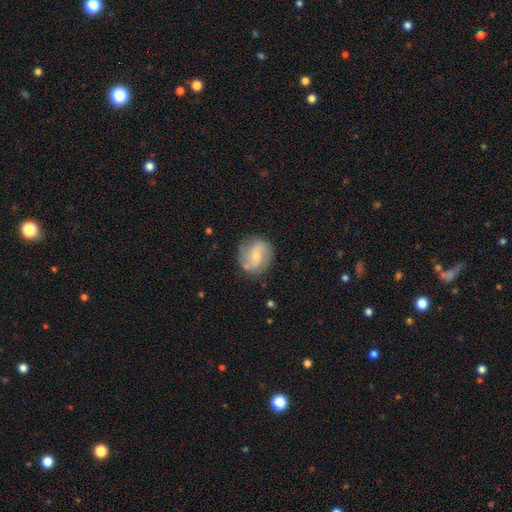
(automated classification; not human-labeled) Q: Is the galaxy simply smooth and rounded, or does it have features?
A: featured or disk — 61%.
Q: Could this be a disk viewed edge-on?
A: no — 97%.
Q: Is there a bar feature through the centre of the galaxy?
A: no — 43%, tied with weak.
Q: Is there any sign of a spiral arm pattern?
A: yes — 85%.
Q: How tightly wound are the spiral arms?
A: loose — 53%.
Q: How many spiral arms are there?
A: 2 — 81%.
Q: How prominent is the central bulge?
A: small — 60%.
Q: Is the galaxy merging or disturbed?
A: none — 79%.